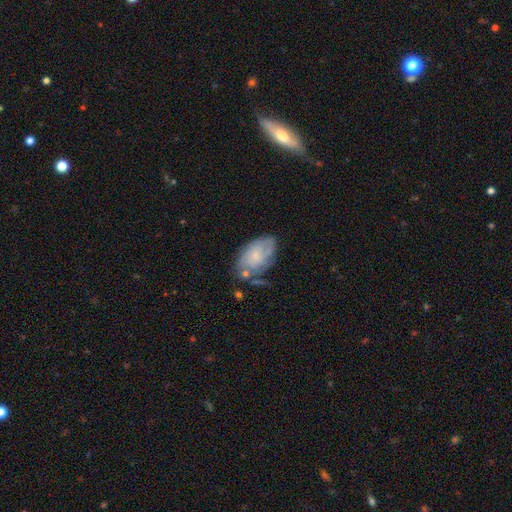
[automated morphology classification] Smooth or featured: smooth — 47% (featured or disk — 45%)
Merging: none — 49% (minor disturbance — 29%)